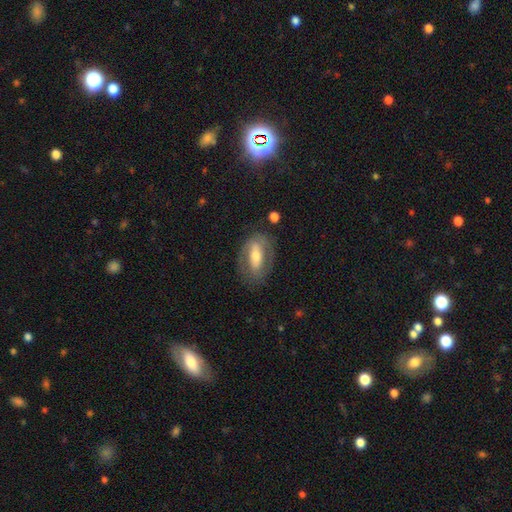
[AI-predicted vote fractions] smooth-or-featured: featured or disk: 57% | smooth: 36% | star or artifact: 7%
  disk-edge-on: no: 86% | yes: 14%
  merging: none: 72% | minor disturbance: 17% | major disturbance: 10% | merger: 2%